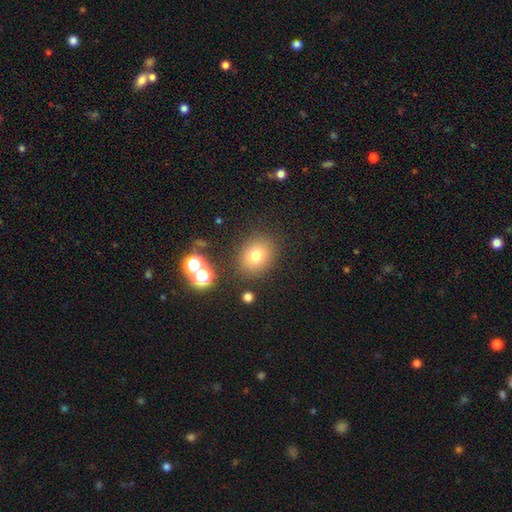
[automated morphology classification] smooth-or-featured: smooth: 75% | star or artifact: 15% | featured or disk: 10%
  how-rounded: round: 61% | in between: 38% | cigar-shaped: 1%
  merging: none: 83% | minor disturbance: 10% | major disturbance: 4% | merger: 3%